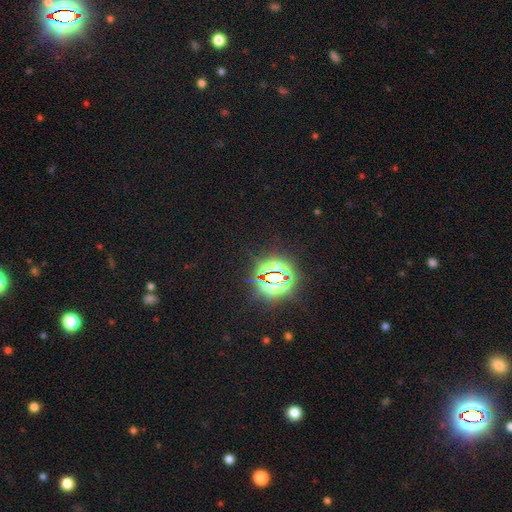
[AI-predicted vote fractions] The model was most divided on "smooth or featured": star or artifact: 79%, smooth: 15%, featured or disk: 6%.